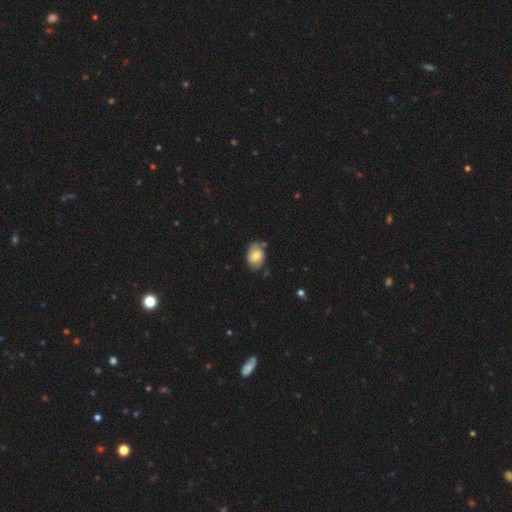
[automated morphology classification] This is possibly a smooth galaxy (48%). Merging: likely none (66%).